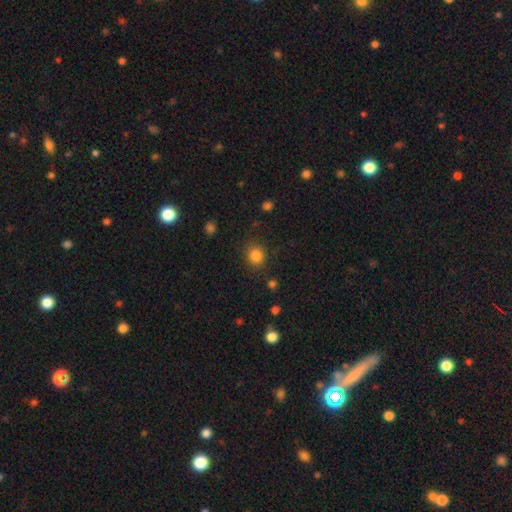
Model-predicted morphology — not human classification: smooth-or-featured: smooth: 84% | star or artifact: 11% | featured or disk: 4%
  how-rounded: round: 81% | in between: 18% | cigar-shaped: 1%
  merging: none: 84% | minor disturbance: 10% | major disturbance: 4% | merger: 2%